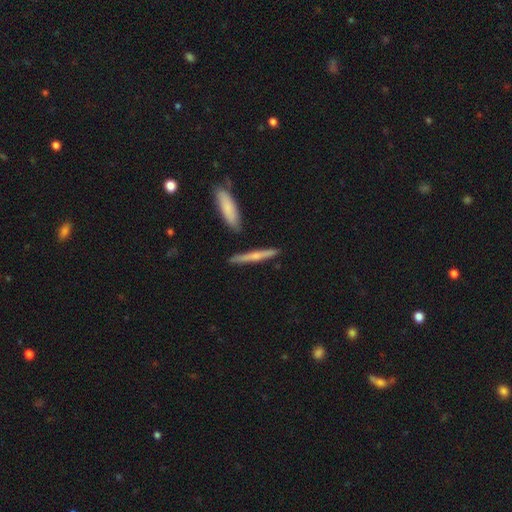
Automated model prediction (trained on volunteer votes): Smooth or featured: featured or disk — 49% (smooth — 45%)
Merging: none — 86% (minor disturbance — 8%)